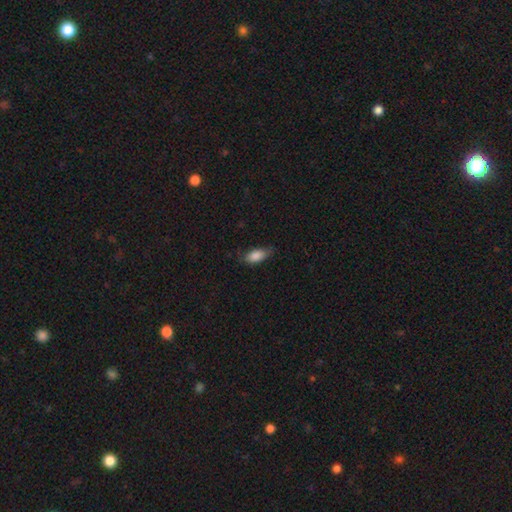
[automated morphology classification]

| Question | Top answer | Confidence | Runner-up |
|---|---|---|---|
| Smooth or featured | smooth | 85% | featured or disk (8%) |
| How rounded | in between | 88% | cigar-shaped (9%) |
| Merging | none | 66% | minor disturbance (26%) |